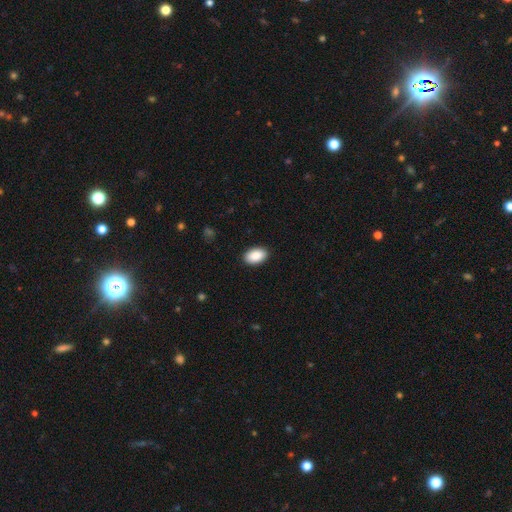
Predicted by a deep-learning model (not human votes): A smooth galaxy with no disk features (90%) that is in between round and cigar-shaped (93%). Merging: none (90%).